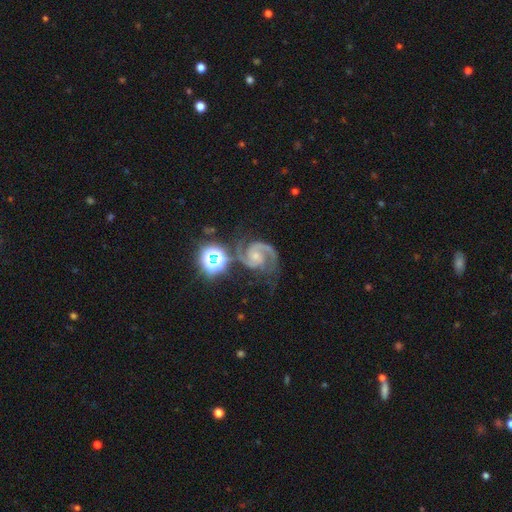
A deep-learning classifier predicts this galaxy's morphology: A featured or disk galaxy (88%) with no bar (59%), 2 (88%) medium (58%) spiral arms (98%) and a small central bulge (46%). Merging: none (59%).